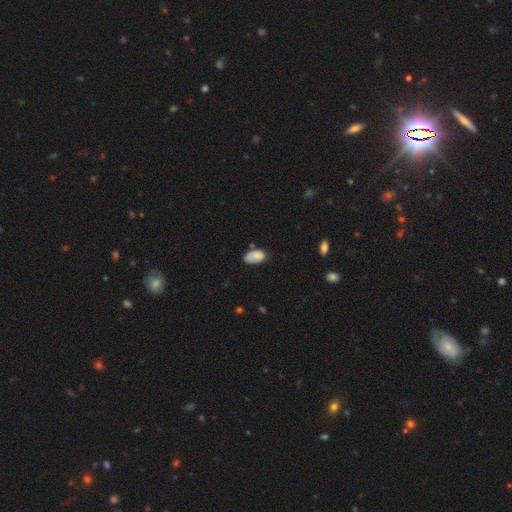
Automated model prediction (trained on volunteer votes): This appears to be a smooth galaxy with no disk features (81%) that is in between round and cigar-shaped (94%). Merging: none (61%).